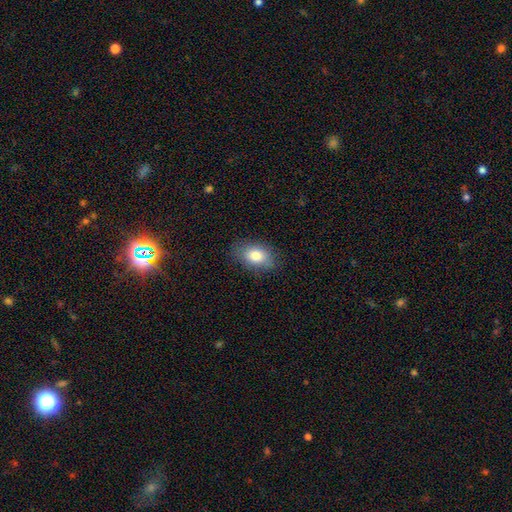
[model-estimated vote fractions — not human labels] Smooth or featured? Predicted: smooth (p=0.81). How rounded? Predicted: in between (p=0.83). Merging? Predicted: none (p=0.82).